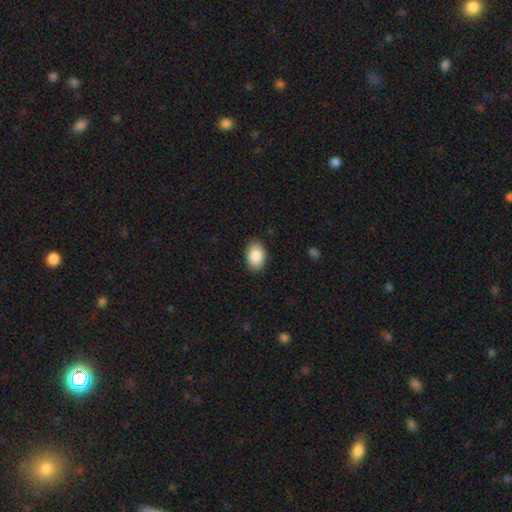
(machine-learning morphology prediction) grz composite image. It shows a smooth galaxy with no disk features (88%) that is in between round and cigar-shaped (90%). Merging: none (88%).